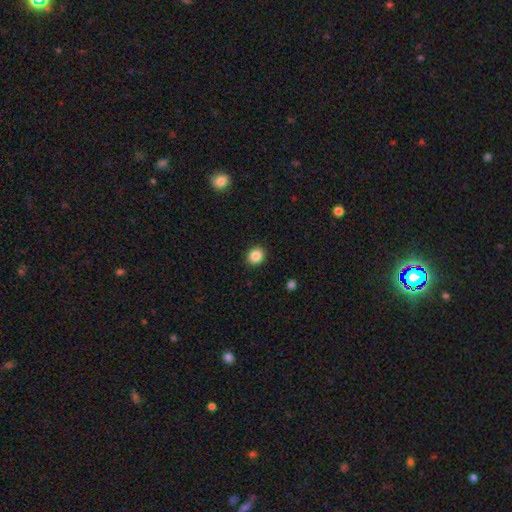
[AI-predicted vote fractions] Smooth or featured?
  - smooth: 86% *
  - star or artifact: 10%
  - featured or disk: 4%
How rounded?
  - round: 81% *
  - in between: 19%
  - cigar-shaped: 1%
Merging?
  - none: 91% *
  - minor disturbance: 6%
  - major disturbance: 2%
  - merger: 1%